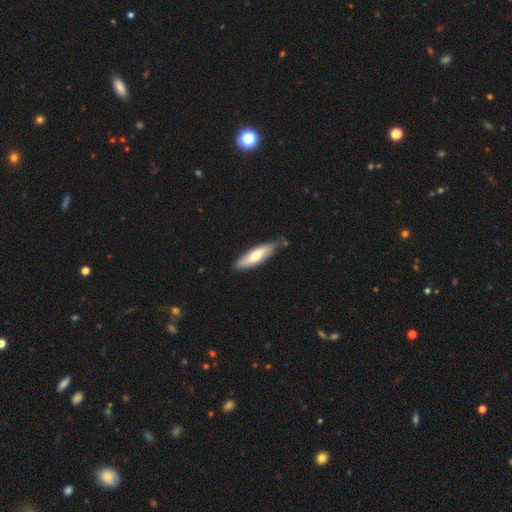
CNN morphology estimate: This appears to be a smooth galaxy with no disk features (62%) that is cigar-shaped (53%). Merging: none (71%).